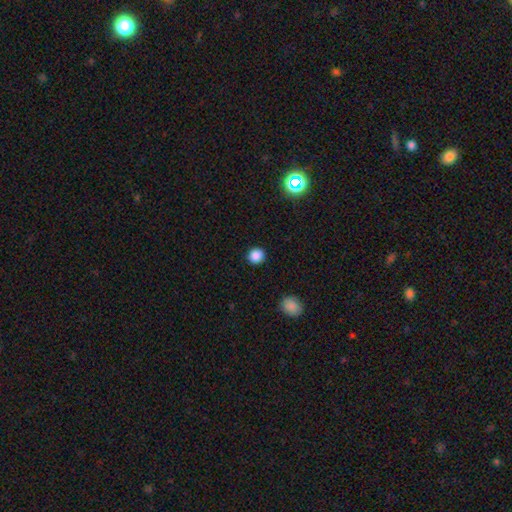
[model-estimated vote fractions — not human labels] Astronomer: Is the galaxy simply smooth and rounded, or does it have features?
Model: smooth — 86%.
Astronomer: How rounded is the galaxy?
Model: round — 87%.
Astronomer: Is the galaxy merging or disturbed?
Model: none — 91%.